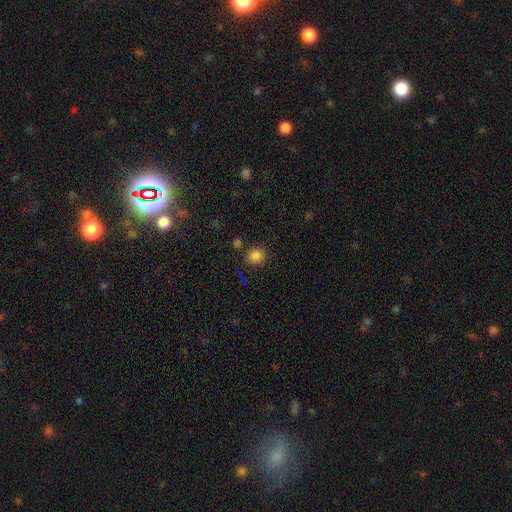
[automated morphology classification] A smooth galaxy with no disk features (82%) that is round (86%).

Vote fractions:
- Smooth or featured? smooth: 82% / star or artifact: 14% / featured or disk: 4%
- How rounded? round: 86% / in between: 13% / cigar-shaped: 1%
- Merging? none: 82% / minor disturbance: 10% / merger: 6% / major disturbance: 3%